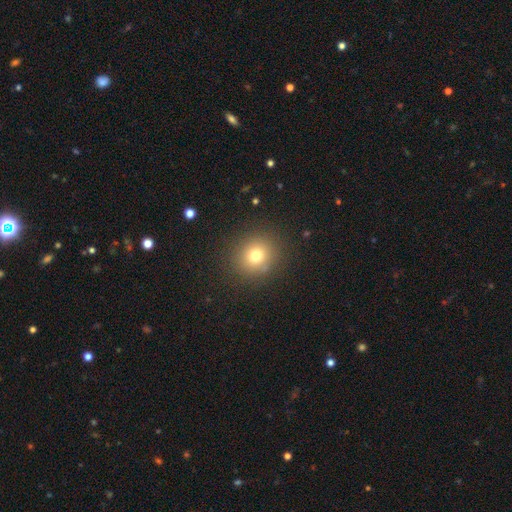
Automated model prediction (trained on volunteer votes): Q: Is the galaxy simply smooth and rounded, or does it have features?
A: smooth — 75%.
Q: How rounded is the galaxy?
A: round — 87%.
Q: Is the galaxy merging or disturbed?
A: none — 88%.